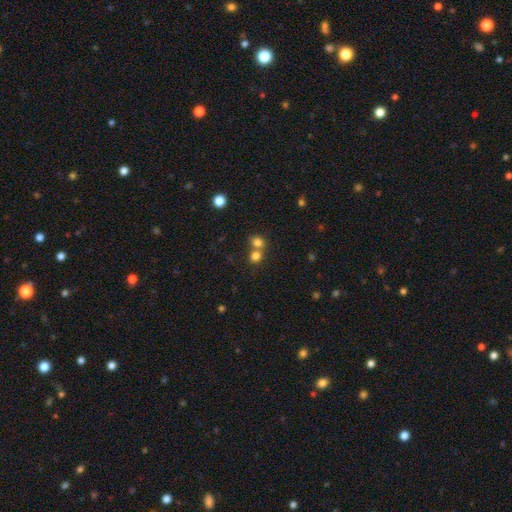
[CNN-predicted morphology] A smooth galaxy with no disk features (78%) that is round (77%). Merging: merger (47%).